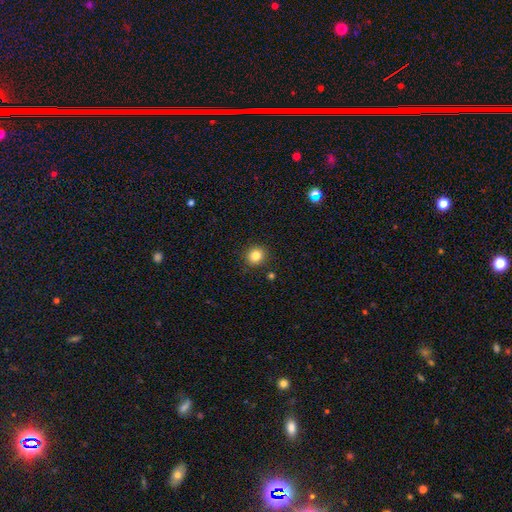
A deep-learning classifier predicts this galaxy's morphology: smooth_or_featured: smooth (p=0.83) [alt: star or artifact p=0.12]
how_rounded: round (p=0.86) [alt: in between p=0.13]
merging: none (p=0.90) [alt: minor disturbance p=0.06]